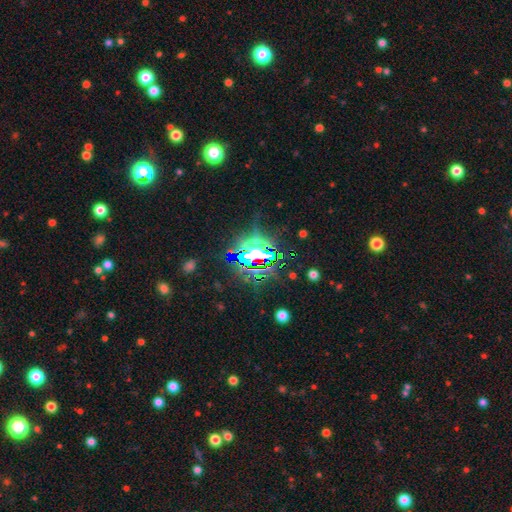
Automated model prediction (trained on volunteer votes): A star or artifact, not a galaxy (74%).

Vote fractions:
- Smooth or featured? star or artifact: 74% / smooth: 13% / featured or disk: 12%